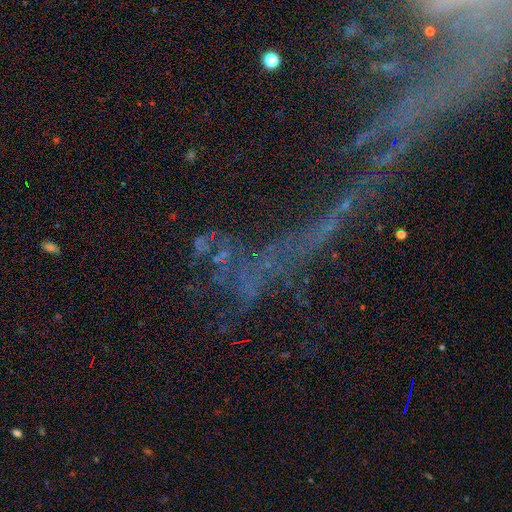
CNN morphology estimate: Smooth or featured: star or artifact — 58% (featured or disk — 25%)